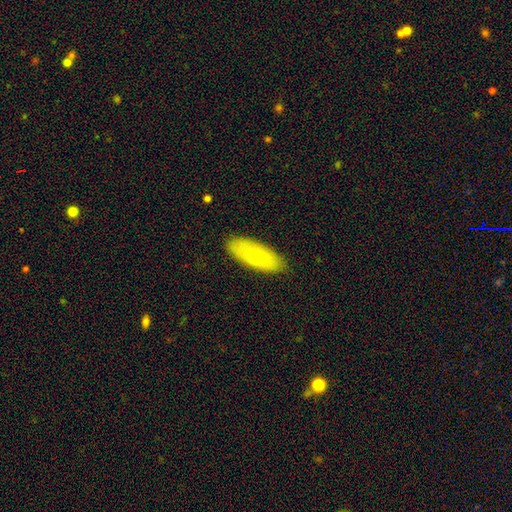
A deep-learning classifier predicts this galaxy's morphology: smooth-or-featured: smooth: 76% | featured or disk: 18% | star or artifact: 6%
  how-rounded: in between: 75% | cigar-shaped: 23% | round: 2%
  merging: none: 87% | minor disturbance: 10% | major disturbance: 2% | merger: 1%